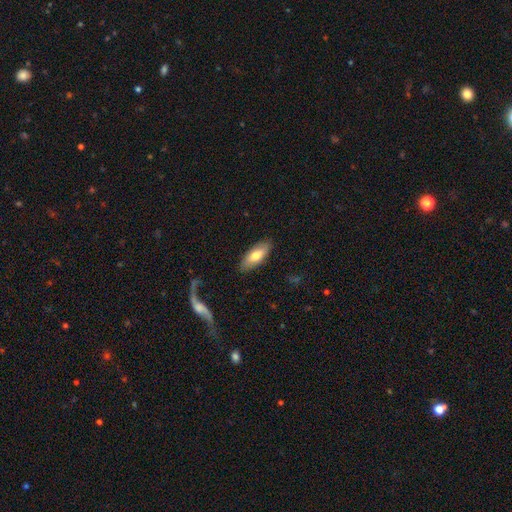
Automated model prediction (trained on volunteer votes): The model was most divided on "smooth or featured": smooth: 72%, featured or disk: 22%, star or artifact: 6%. More confident: merging — none (86%); how rounded — in between (79%).